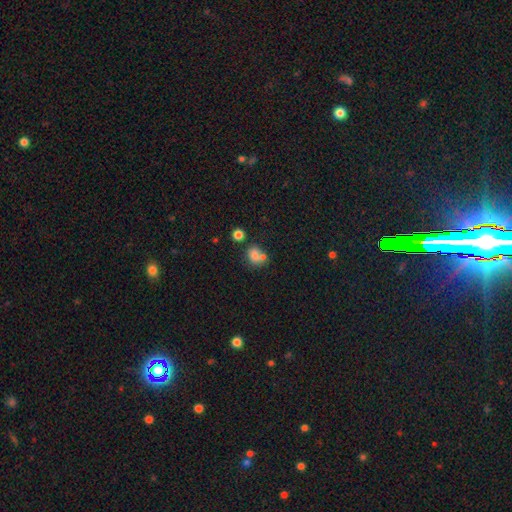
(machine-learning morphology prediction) Overall: smooth (75%). How rounded: round (61%; in between 38%). Merging: none (42%; merger 39%).